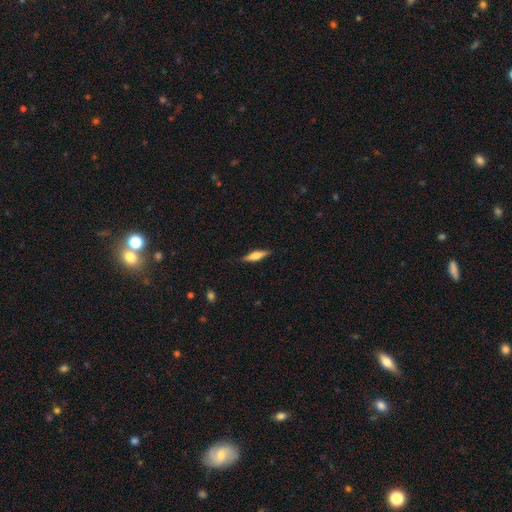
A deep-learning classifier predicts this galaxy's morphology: The model was most divided on "smooth or featured" (2-way tie): smooth: 47%, featured or disk: 47%, star or artifact: 6%. More confident: merging — none (87%).